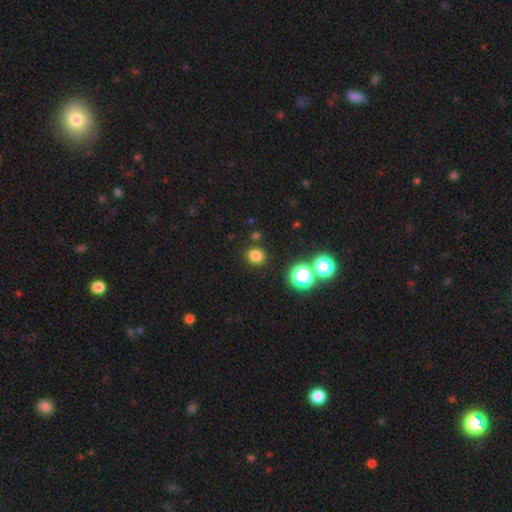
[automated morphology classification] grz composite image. It shows a smooth galaxy with no disk features (79%) that is round (81%). Merging: none (87%).